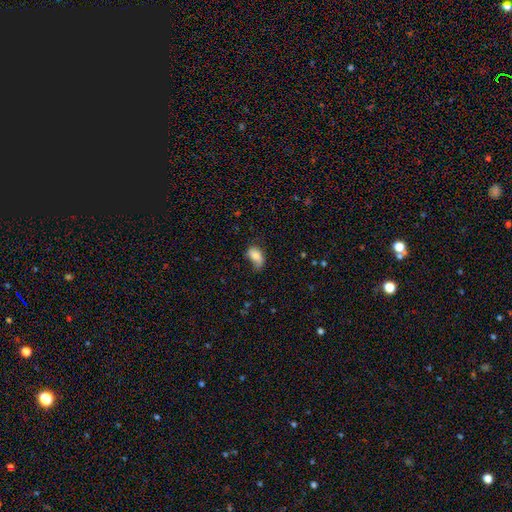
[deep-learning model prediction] Smooth or featured? smooth (76%)
How rounded? in between (89%)
Merging? minor disturbance (39%)